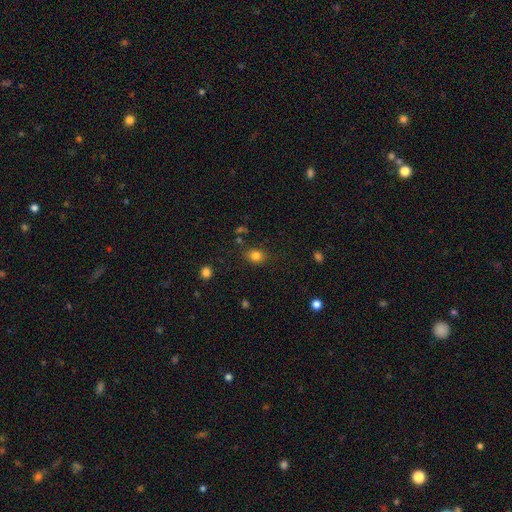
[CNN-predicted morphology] Smooth or featured? smooth (82%)
How rounded? in between (50%)
Merging? none (82%)